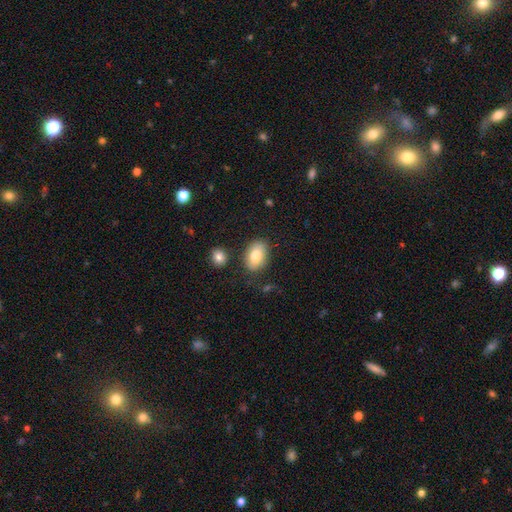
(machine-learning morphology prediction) Smooth or featured? Predicted: smooth (p=0.82). How rounded? Predicted: in between (p=0.88). Merging? Predicted: none (p=0.81).